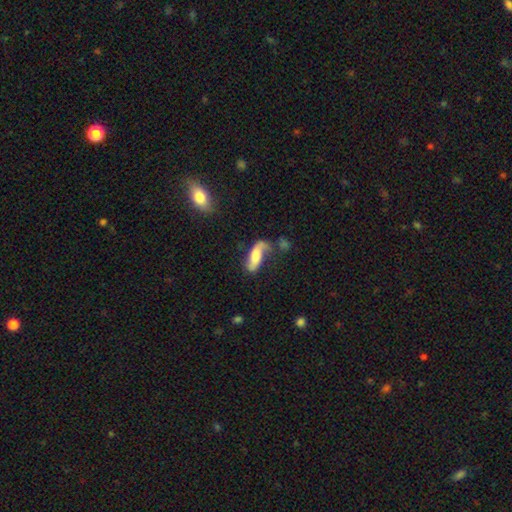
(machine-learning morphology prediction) Smooth or featured? Predicted: smooth (p=0.49). Merging? Predicted: none (p=0.42).